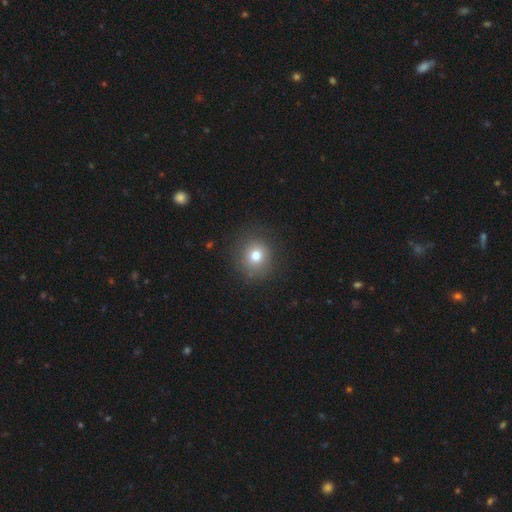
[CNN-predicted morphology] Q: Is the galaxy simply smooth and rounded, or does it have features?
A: smooth — 77%.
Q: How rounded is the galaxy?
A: round — 86%.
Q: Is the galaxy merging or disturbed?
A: none — 84%.